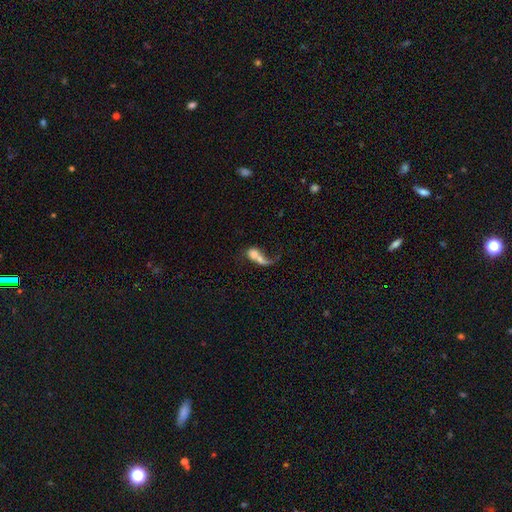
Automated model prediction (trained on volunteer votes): Smooth or featured?
  - smooth: 56% *
  - featured or disk: 34%
  - star or artifact: 10%
How rounded?
  - in between: 59% *
  - round: 32%
  - cigar-shaped: 9%
Merging?
  - merger: 58% *
  - major disturbance: 21%
  - none: 14%
  - minor disturbance: 7%